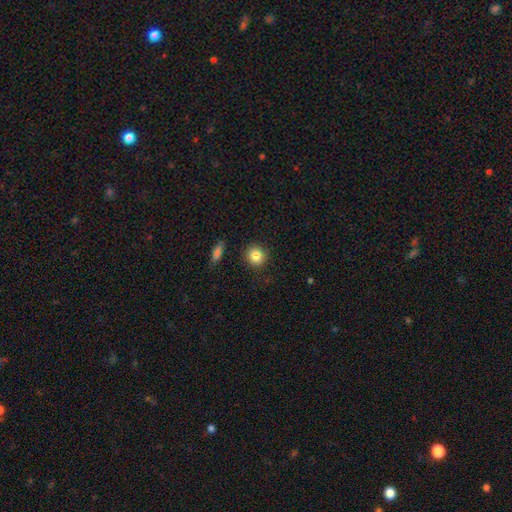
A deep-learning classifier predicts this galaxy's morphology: Smooth or featured?
  - smooth: 85% *
  - star or artifact: 9%
  - featured or disk: 6%
How rounded?
  - round: 90% *
  - in between: 9%
  - cigar-shaped: 1%
Merging?
  - none: 89% *
  - minor disturbance: 7%
  - major disturbance: 2%
  - merger: 2%